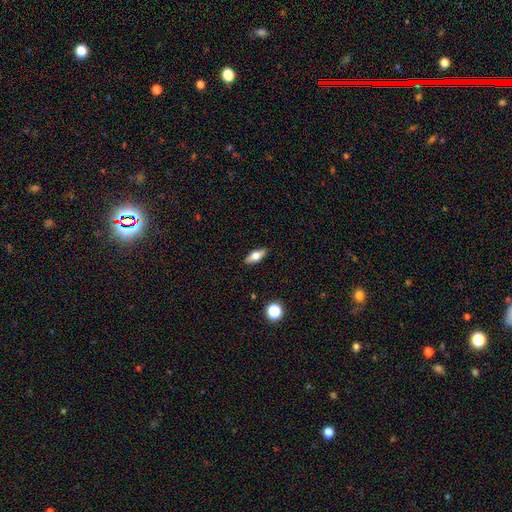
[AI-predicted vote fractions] A smooth galaxy with no disk features (61%) that is in between round and cigar-shaped (71%).

Vote fractions:
- Smooth or featured? smooth: 61% / featured or disk: 32% / star or artifact: 7%
- How rounded? in between: 71% / cigar-shaped: 25% / round: 4%
- Merging? none: 88% / minor disturbance: 9% / major disturbance: 2% / merger: 1%